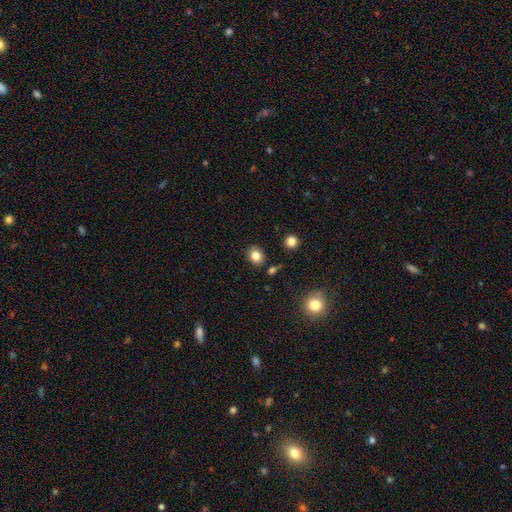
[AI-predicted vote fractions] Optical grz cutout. It shows a smooth galaxy with no disk features (83%) that is round (58%). Merging: none (86%).